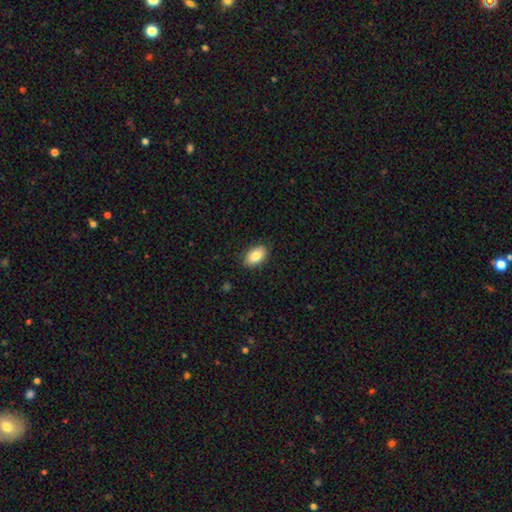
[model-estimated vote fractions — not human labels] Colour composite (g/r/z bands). It shows a smooth galaxy with no disk features (84%) that is in between round and cigar-shaped (91%). Merging: none (87%).